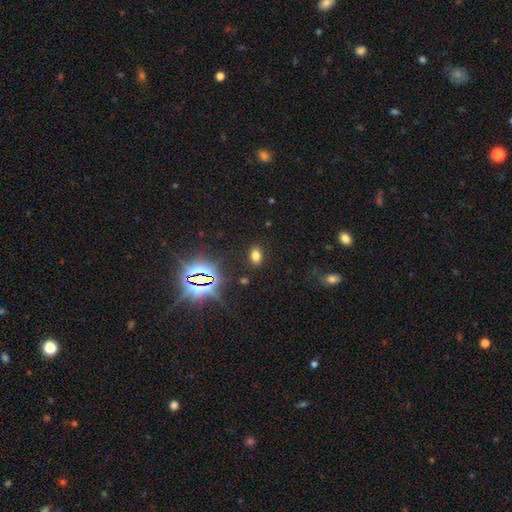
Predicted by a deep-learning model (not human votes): Q: Smooth or featured?
A: smooth (68%); runner-up: star or artifact (24%)
Q: How rounded?
A: in between (78%); runner-up: round (20%)
Q: Merging?
A: none (87%); runner-up: minor disturbance (8%)